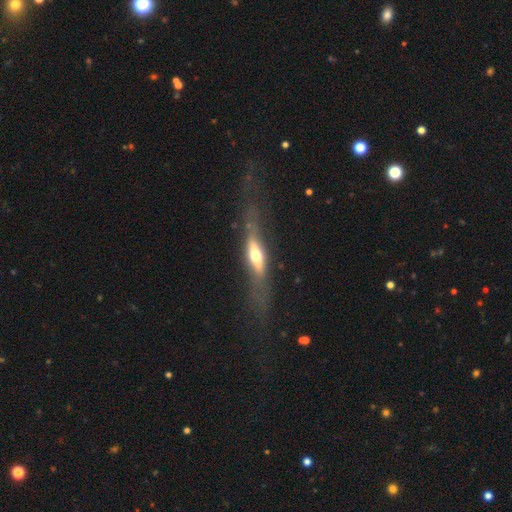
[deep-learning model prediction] Smooth or featured? featured or disk (61%)
Edge-on disk? yes (80%)
Merging? none (57%)